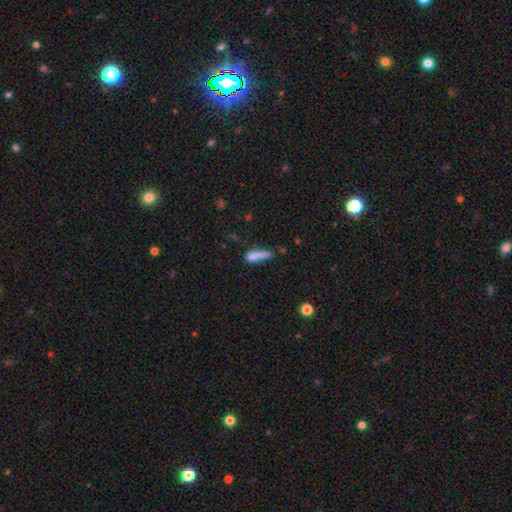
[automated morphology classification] Q: Smooth or featured?
A: smooth (75%); runner-up: featured or disk (15%)
Q: How rounded?
A: cigar-shaped (72%); runner-up: in between (25%)
Q: Merging?
A: none (44%); runner-up: minor disturbance (27%)